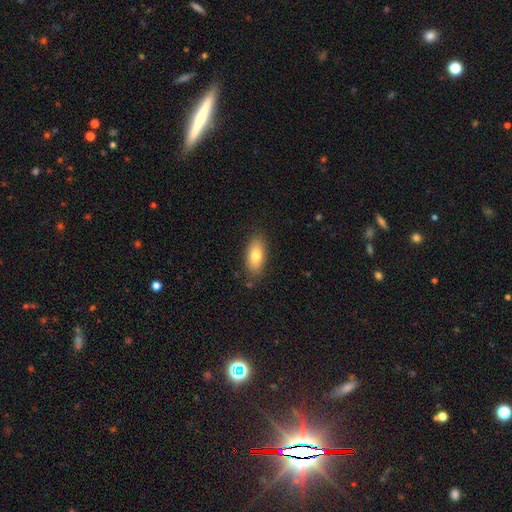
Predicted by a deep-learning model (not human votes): smooth_or_featured: smooth (p=0.78) [alt: featured or disk p=0.15]
how_rounded: in between (p=0.84) [alt: cigar-shaped p=0.12]
merging: none (p=0.83) [alt: minor disturbance p=0.13]